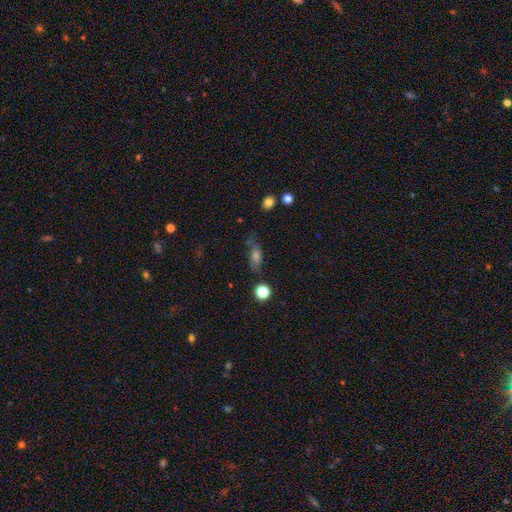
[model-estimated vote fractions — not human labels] Smooth or featured: smooth — 57% (featured or disk — 23%)
How rounded: in between — 63% (cigar-shaped — 25%)
Merging: none — 70% (minor disturbance — 19%)